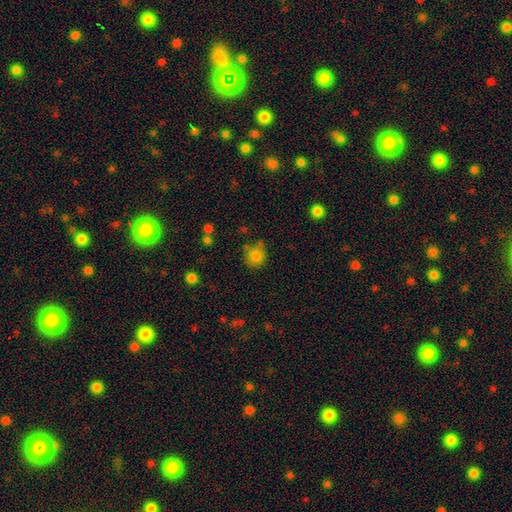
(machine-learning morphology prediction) Q: Smooth or featured?
A: smooth (82%); runner-up: star or artifact (11%)
Q: How rounded?
A: round (81%); runner-up: in between (18%)
Q: Merging?
A: none (66%); runner-up: minor disturbance (20%)